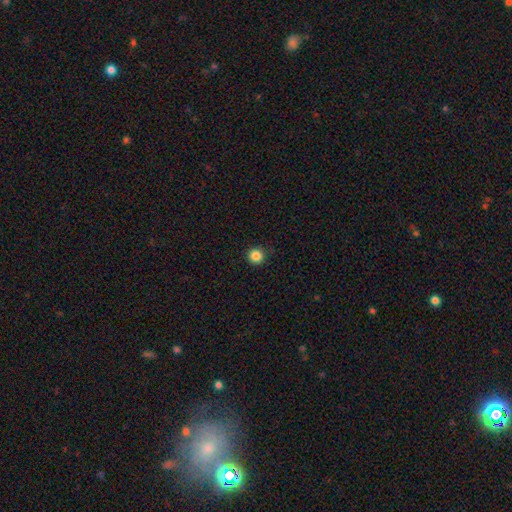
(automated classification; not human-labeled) smooth_or_featured: smooth (p=0.86) [alt: star or artifact p=0.11]
how_rounded: round (p=0.96) [alt: in between p=0.03]
merging: none (p=0.92) [alt: minor disturbance p=0.05]